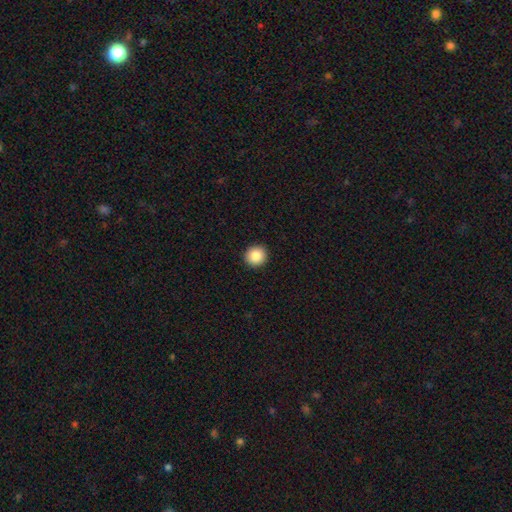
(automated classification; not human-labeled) smooth_or_featured: smooth (p=0.86) [alt: star or artifact p=0.09]
how_rounded: round (p=0.92) [alt: in between p=0.07]
merging: none (p=0.93) [alt: minor disturbance p=0.04]